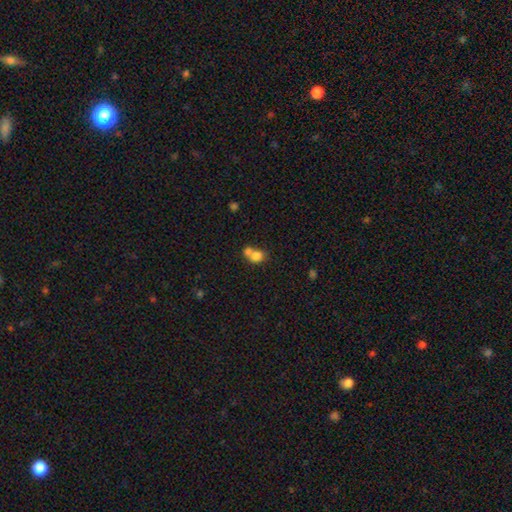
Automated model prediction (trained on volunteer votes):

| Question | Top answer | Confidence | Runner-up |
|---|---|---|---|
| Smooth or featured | smooth | 76% | featured or disk (14%) |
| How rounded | round | 63% | in between (35%) |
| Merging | merger | 62% | none (28%) |